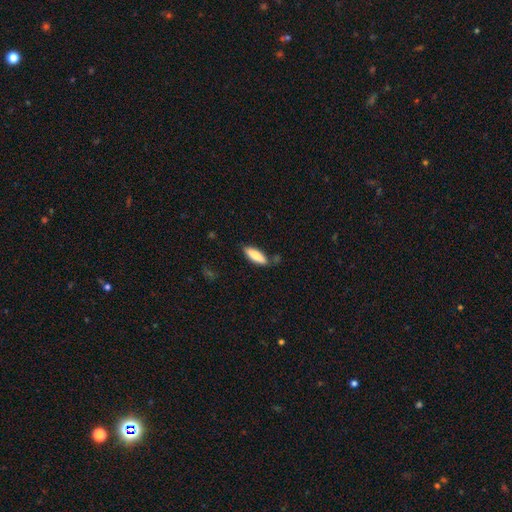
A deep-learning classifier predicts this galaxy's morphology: Smooth or featured: smooth — 79% (featured or disk — 15%)
How rounded: in between — 53% (cigar-shaped — 45%)
Merging: none — 78% (minor disturbance — 15%)